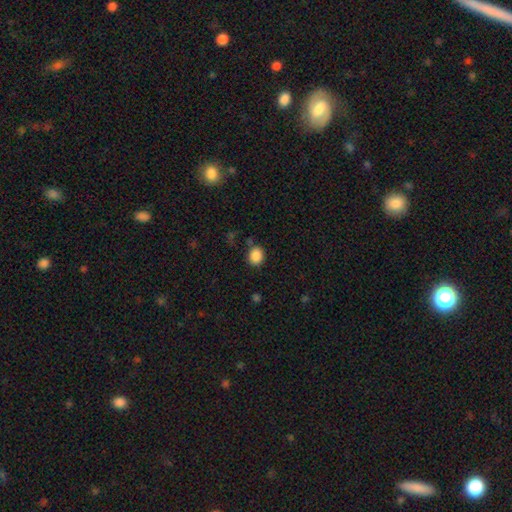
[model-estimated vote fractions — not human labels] smooth 87%, star or artifact 10%, featured or disk 3%. Down the decision tree: how rounded — round (69%); merging — none (80%).